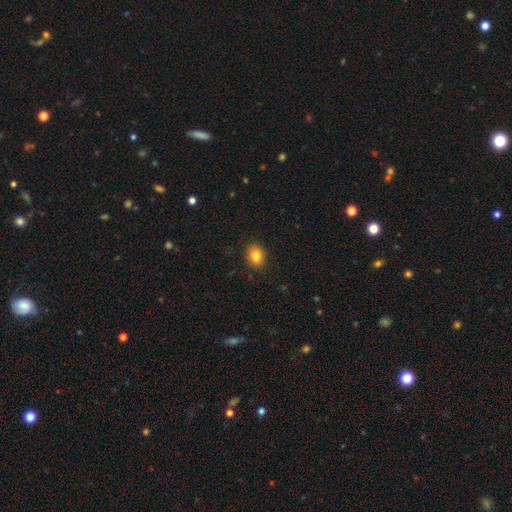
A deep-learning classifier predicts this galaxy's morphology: smooth-or-featured: smooth: 83% | star or artifact: 9% | featured or disk: 8%
  how-rounded: in between: 62% | round: 37% | cigar-shaped: 1%
  merging: none: 88% | minor disturbance: 9% | major disturbance: 2% | merger: 1%